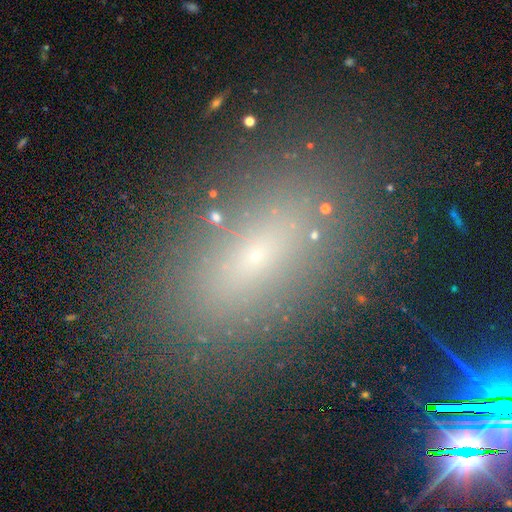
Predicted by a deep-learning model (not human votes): Smooth or featured: smooth — 56% (star or artifact — 23%)
How rounded: in between — 76% (cigar-shaped — 15%)
Merging: none — 81% (minor disturbance — 12%)